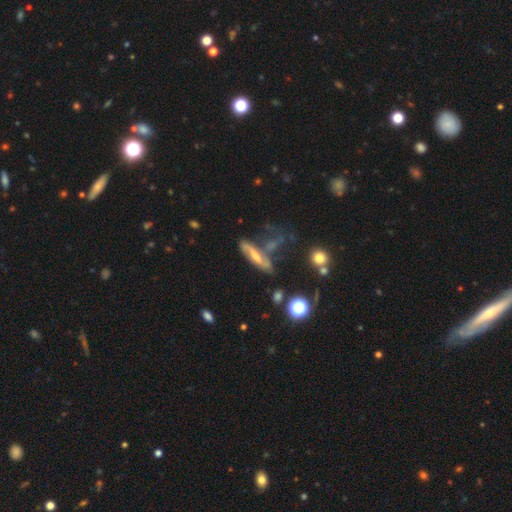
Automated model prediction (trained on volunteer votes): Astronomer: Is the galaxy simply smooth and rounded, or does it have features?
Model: featured or disk — 55% (runner-up: smooth, 34%).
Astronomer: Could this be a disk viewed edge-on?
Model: no — 61% (runner-up: yes, 39%).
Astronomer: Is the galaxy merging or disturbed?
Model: none — 43% (runner-up: minor disturbance, 22%).